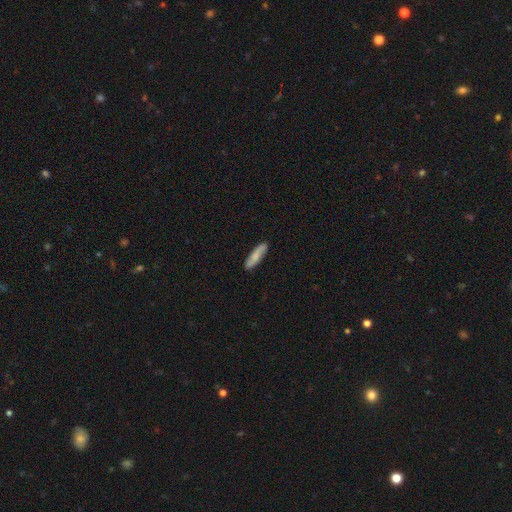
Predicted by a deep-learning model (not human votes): This appears to be a smooth galaxy with no disk features (69%) that is cigar-shaped (72%). Merging: none (87%).